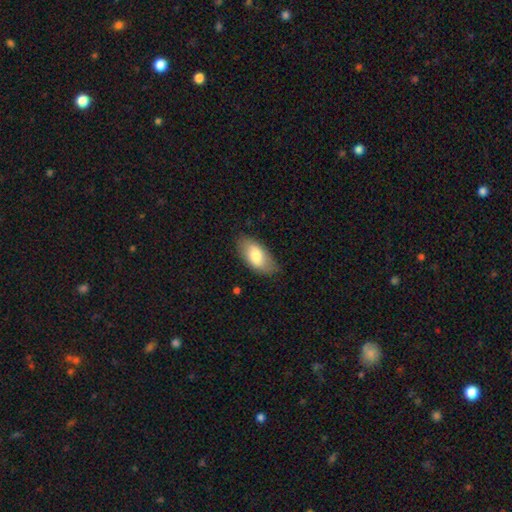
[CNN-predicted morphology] Smooth or featured? Predicted: smooth (p=0.77). How rounded? Predicted: in between (p=0.93). Merging? Predicted: none (p=0.78).